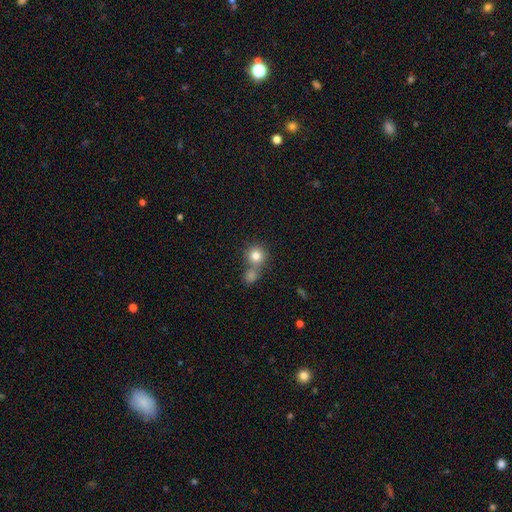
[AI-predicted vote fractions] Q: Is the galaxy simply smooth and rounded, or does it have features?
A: smooth — 81%.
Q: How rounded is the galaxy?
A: round — 89%.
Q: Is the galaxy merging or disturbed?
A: none — 49%.